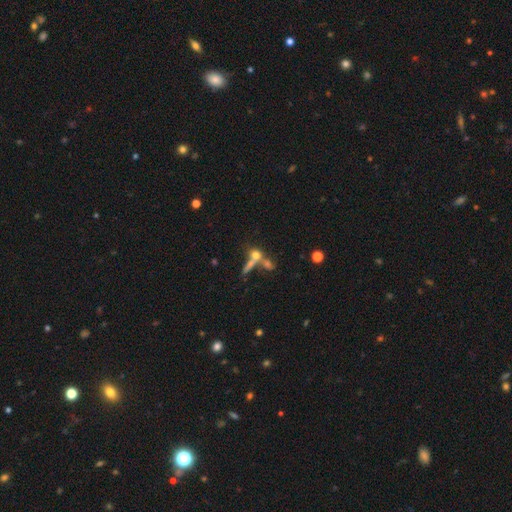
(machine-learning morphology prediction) Q: Smooth or featured?
A: smooth (59%); runner-up: featured or disk (26%)
Q: How rounded?
A: round (54%); runner-up: in between (27%)
Q: Merging?
A: merger (47%); runner-up: none (35%)